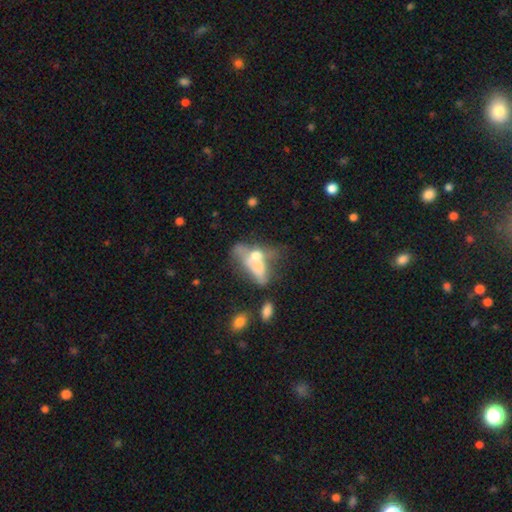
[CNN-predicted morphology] The model was most divided on "smooth or featured": featured or disk: 45%, smooth: 43%, star or artifact: 11%. More confident: merging — merger (57%).